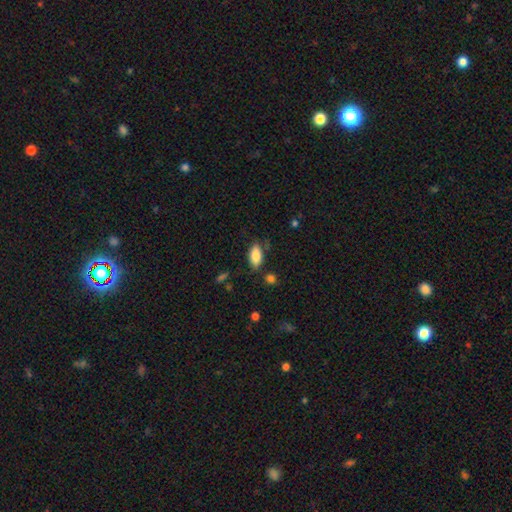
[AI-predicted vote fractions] A smooth galaxy with no disk features (84%) that is in between round and cigar-shaped (89%). Merging: none (77%).